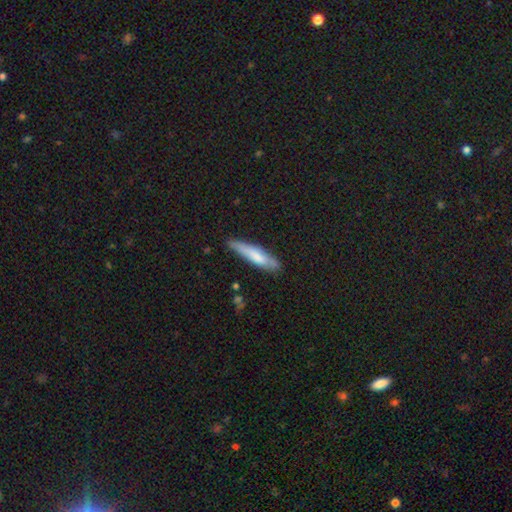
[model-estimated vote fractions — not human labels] A smooth galaxy with no disk features (66%) that is cigar-shaped (84%).

Vote fractions:
- Smooth or featured? smooth: 66% / featured or disk: 27% / star or artifact: 7%
- How rounded? cigar-shaped: 84% / in between: 14% / round: 2%
- Merging? none: 76% / minor disturbance: 18% / major disturbance: 3% / merger: 2%